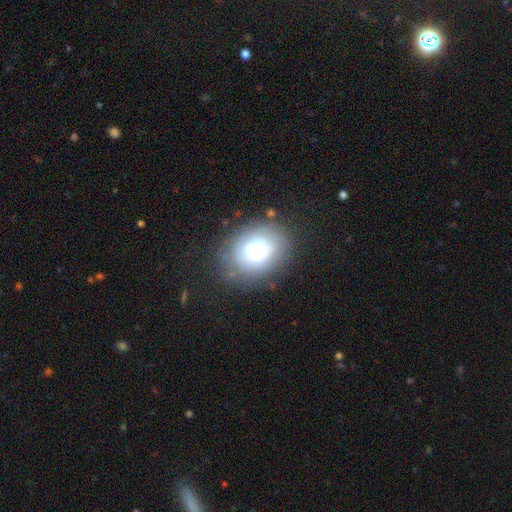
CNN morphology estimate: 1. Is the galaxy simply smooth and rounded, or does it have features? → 66% smooth, 24% featured or disk, 11% star or artifact.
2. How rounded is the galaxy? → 51% round, 48% in between, 1% cigar-shaped.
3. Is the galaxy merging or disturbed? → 70% none, 18% minor disturbance, 9% major disturbance, 3% merger.